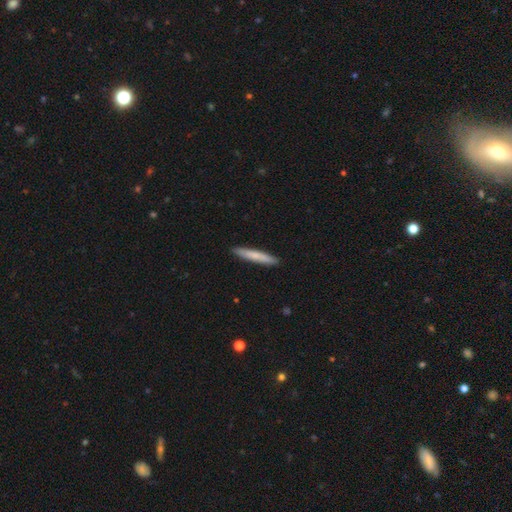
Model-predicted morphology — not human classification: Smooth or featured? Predicted: smooth (p=0.75). How rounded? Predicted: cigar-shaped (p=0.95). Merging? Predicted: none (p=0.91).